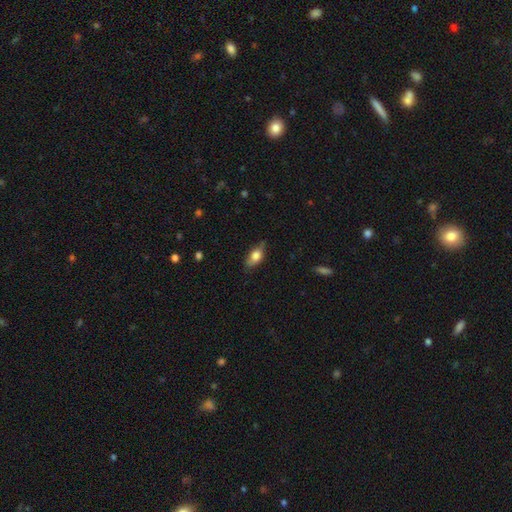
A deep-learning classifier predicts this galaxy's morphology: A smooth galaxy with no disk features (71%) that is in between round and cigar-shaped (83%).

Vote fractions:
- Smooth or featured? smooth: 71% / featured or disk: 21% / star or artifact: 7%
- How rounded? in between: 83% / cigar-shaped: 9% / round: 7%
- Merging? none: 69% / minor disturbance: 25% / major disturbance: 5% / merger: 1%